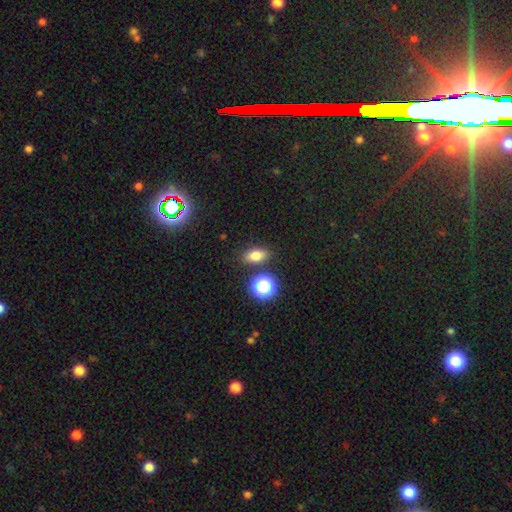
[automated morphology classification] smooth 75%, star or artifact 16%, featured or disk 9%. Down the decision tree: how rounded — in between (74%); merging — none (82%).